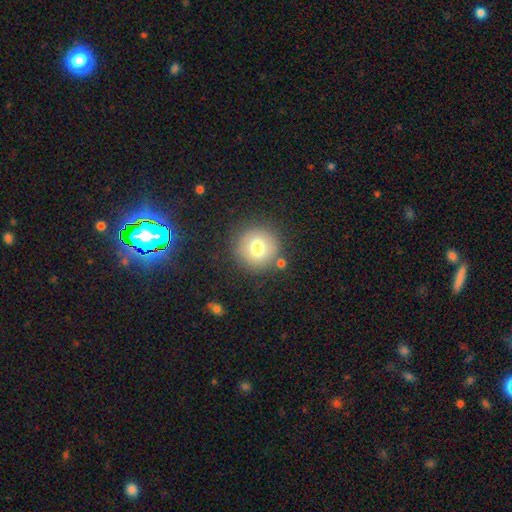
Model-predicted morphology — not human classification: Smooth or featured? smooth (74%)
How rounded? round (92%)
Merging? none (81%)